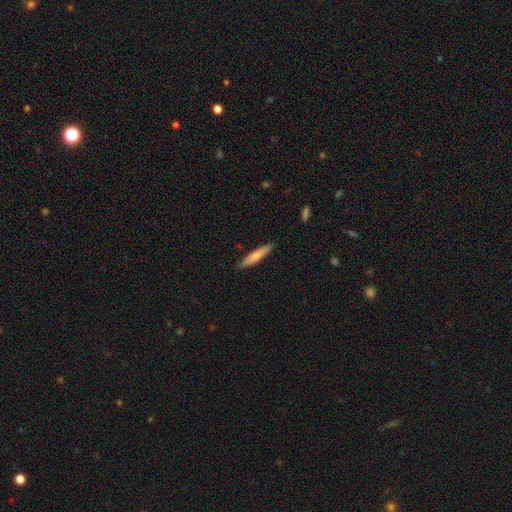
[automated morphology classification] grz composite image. It shows a smooth galaxy with no disk features (72%) that is cigar-shaped (92%). Merging: none (89%).